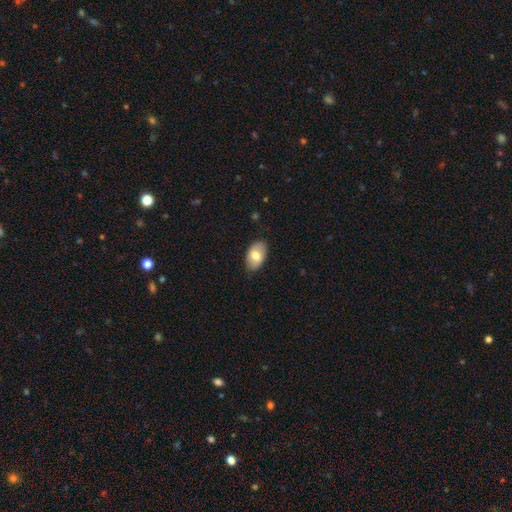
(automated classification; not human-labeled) This appears to be a smooth galaxy with no disk features (74%) that is in between round and cigar-shaped (92%). Merging: none (83%).